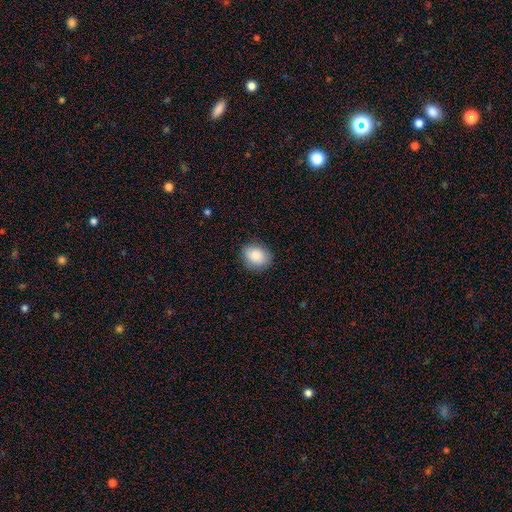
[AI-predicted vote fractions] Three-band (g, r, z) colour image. It shows a smooth galaxy with no disk features (87%) that is in between round and cigar-shaped (57%). Merging: none (86%).